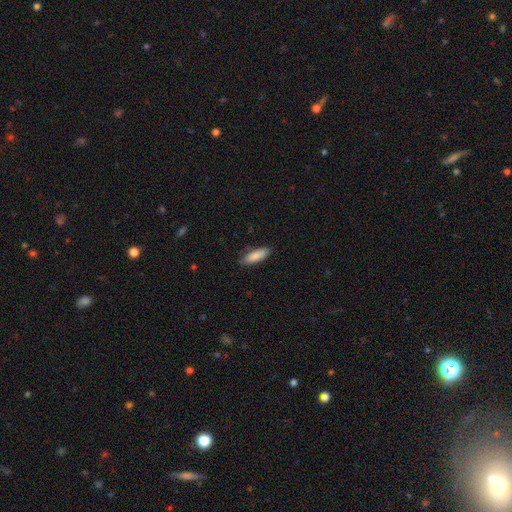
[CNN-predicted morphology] A smooth galaxy with no disk features (86%) that is in between round and cigar-shaped (59%).

Vote fractions:
- Smooth or featured? smooth: 86% / featured or disk: 8% / star or artifact: 6%
- How rounded? in between: 59% / cigar-shaped: 40% / round: 2%
- Merging? none: 81% / minor disturbance: 15% / major disturbance: 3% / merger: 1%